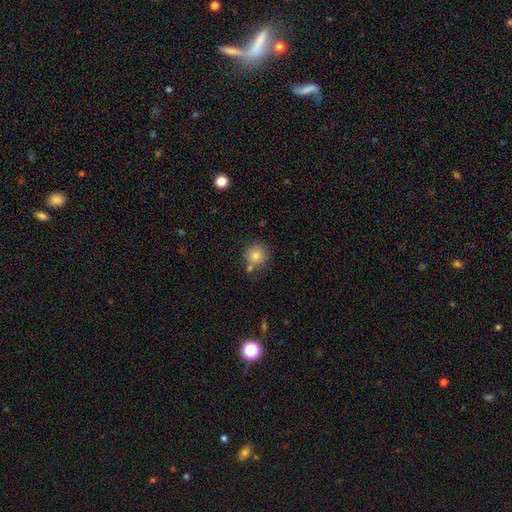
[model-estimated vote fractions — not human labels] This is clearly a smooth galaxy (82%). How rounded: clearly round (89%). Merging: likely none (71%).